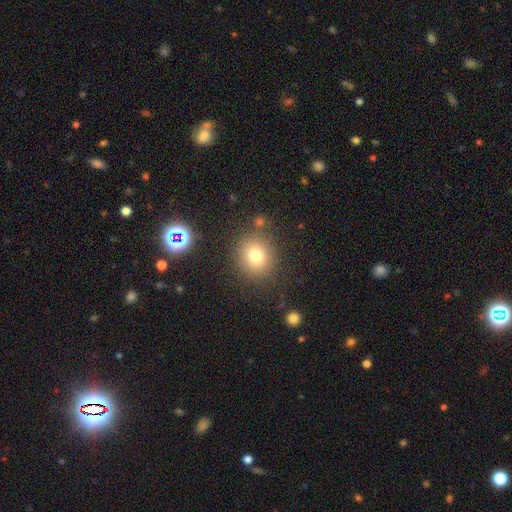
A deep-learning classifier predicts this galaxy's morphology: Smooth or featured? smooth (76%)
How rounded? round (84%)
Merging? none (82%)